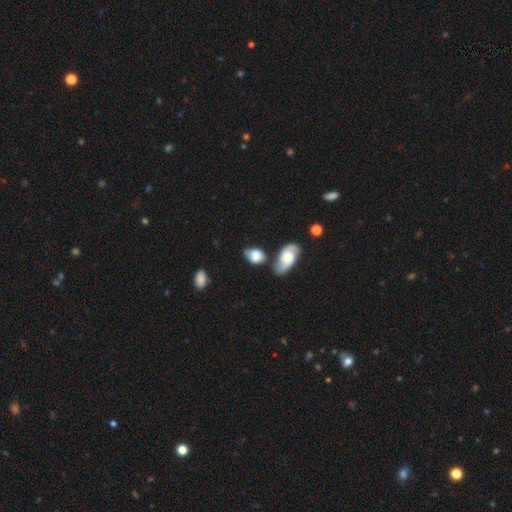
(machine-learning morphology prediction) A smooth galaxy with no disk features (69%) that is in between round and cigar-shaped (80%).

Vote fractions:
- Smooth or featured? smooth: 69% / featured or disk: 24% / star or artifact: 8%
- How rounded? in between: 80% / round: 17% / cigar-shaped: 2%
- Merging? none: 48% / minor disturbance: 25% / merger: 18% / major disturbance: 9%